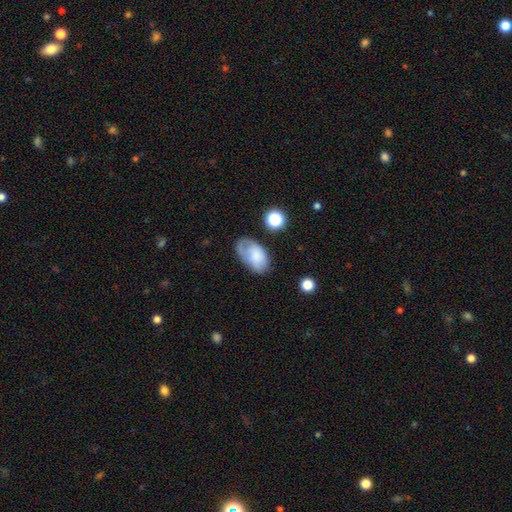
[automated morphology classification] Q: Smooth or featured?
A: smooth (69%); runner-up: featured or disk (22%)
Q: How rounded?
A: in between (92%); runner-up: round (7%)
Q: Merging?
A: none (52%); runner-up: minor disturbance (29%)